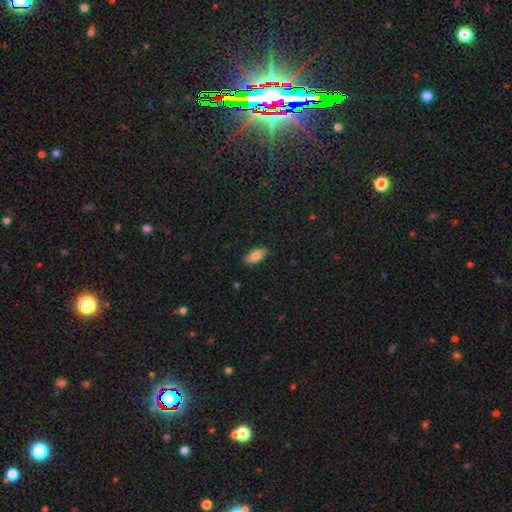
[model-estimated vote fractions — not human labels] This is clearly a smooth galaxy (81%). How rounded: clearly in between (89%). Merging: clearly none (87%).